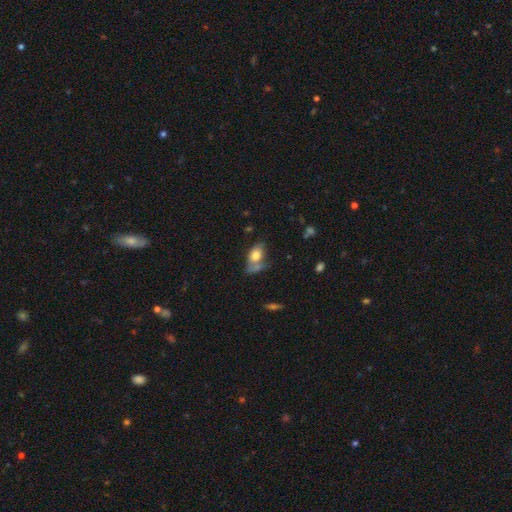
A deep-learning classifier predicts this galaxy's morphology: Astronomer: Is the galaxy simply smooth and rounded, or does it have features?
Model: smooth — 74%.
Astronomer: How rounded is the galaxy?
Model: in between — 88%.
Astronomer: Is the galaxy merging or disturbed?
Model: none — 41% (runner-up: merger, 28%).